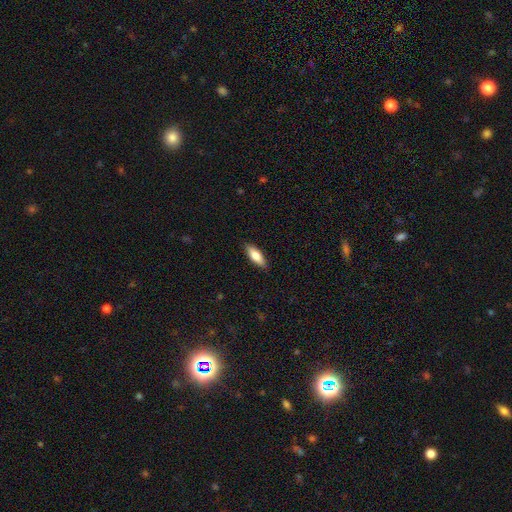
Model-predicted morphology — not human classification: smooth-or-featured: smooth: 74% | featured or disk: 21% | star or artifact: 6%
  how-rounded: in between: 60% | cigar-shaped: 38% | round: 2%
  merging: none: 89% | minor disturbance: 9% | major disturbance: 2% | merger: 1%